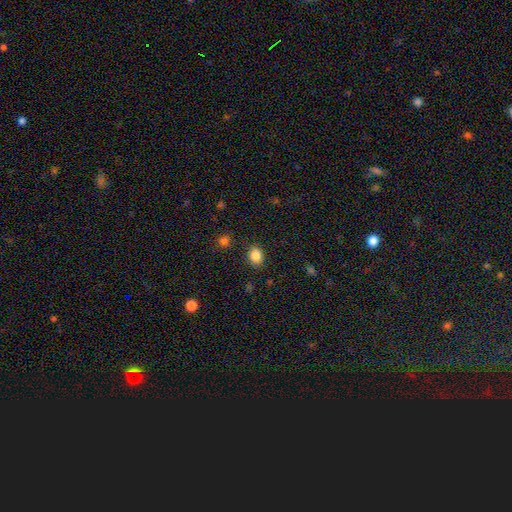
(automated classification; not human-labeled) smooth-or-featured: smooth: 85% | star or artifact: 10% | featured or disk: 4%
  how-rounded: round: 52% | in between: 47% | cigar-shaped: 1%
  merging: none: 85% | minor disturbance: 10% | major disturbance: 3% | merger: 2%